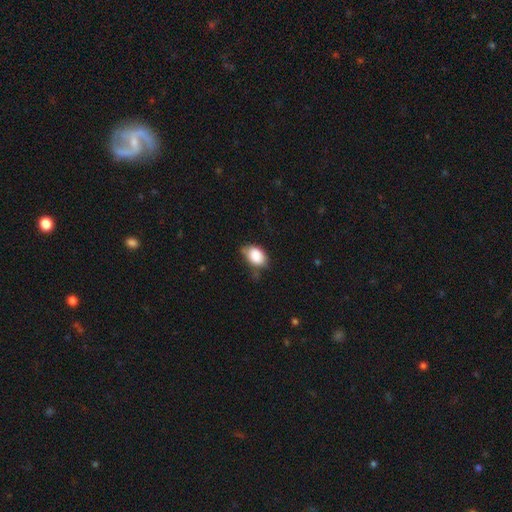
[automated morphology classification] smooth_or_featured: smooth (p=0.86) [alt: star or artifact p=0.07]
how_rounded: in between (p=0.86) [alt: round p=0.13]
merging: none (p=0.53) [alt: minor disturbance p=0.36]